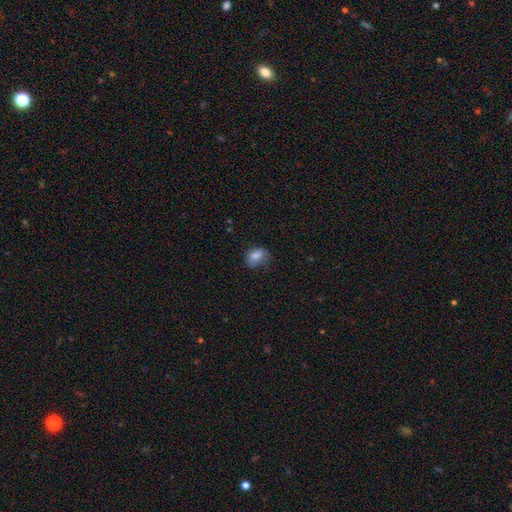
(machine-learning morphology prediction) A smooth galaxy with no disk features (78%) that is in between round and cigar-shaped (73%). Merging: none (52%).